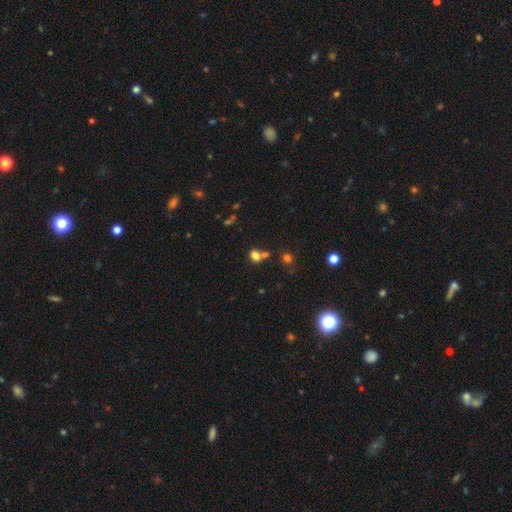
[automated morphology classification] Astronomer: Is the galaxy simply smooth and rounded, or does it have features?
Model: smooth — 76%.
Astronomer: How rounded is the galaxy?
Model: round — 50% (runner-up: in between, 48%).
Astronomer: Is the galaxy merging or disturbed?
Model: none — 49% (runner-up: merger, 35%).